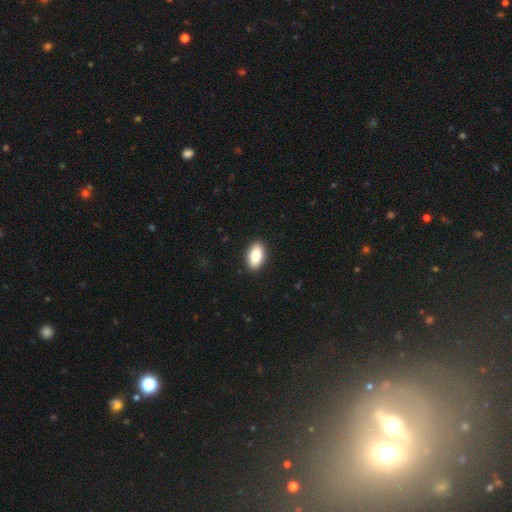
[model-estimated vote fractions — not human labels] smooth 84%, featured or disk 10%, star or artifact 7%. Down the decision tree: how rounded — in between (93%); merging — none (91%).